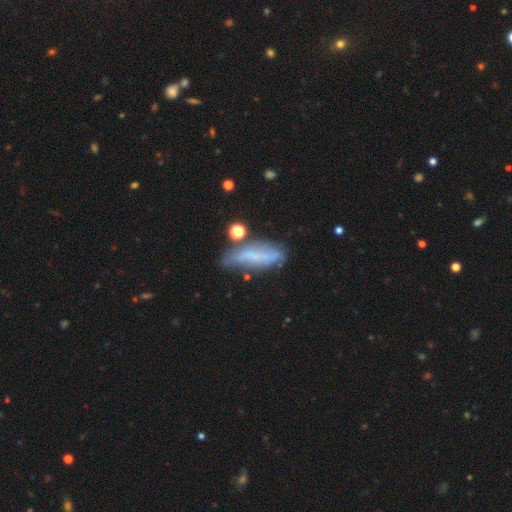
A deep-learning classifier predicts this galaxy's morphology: A smooth galaxy with no disk features (48%).

Vote fractions:
- Smooth or featured? smooth: 48% / featured or disk: 41% / star or artifact: 11%
- Merging? none: 49% / minor disturbance: 28% / major disturbance: 13% / merger: 10%